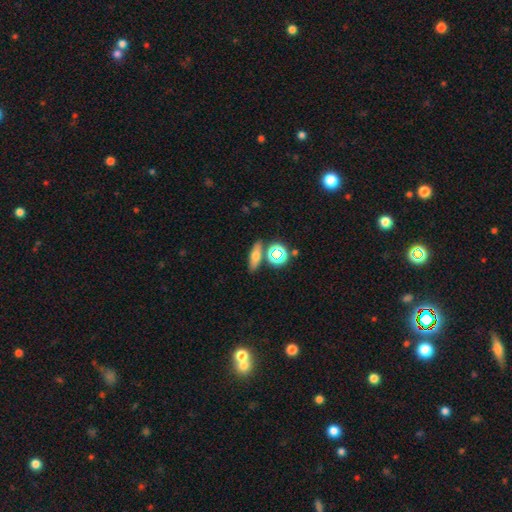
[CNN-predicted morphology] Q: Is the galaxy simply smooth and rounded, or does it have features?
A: smooth — 57%.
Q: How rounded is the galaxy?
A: in between — 42%, tied with cigar-shaped.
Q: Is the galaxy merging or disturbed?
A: none — 76%.